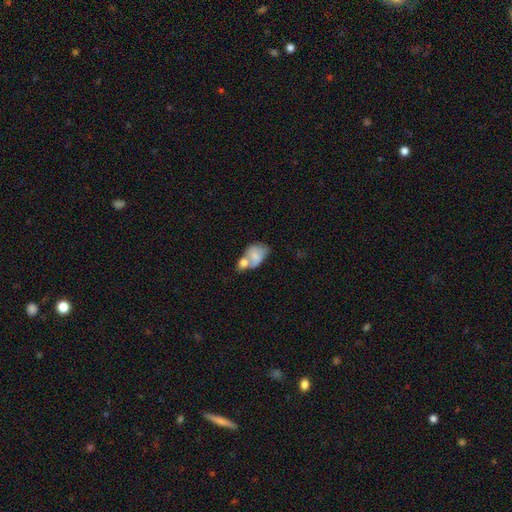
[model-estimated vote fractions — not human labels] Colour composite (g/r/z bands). It shows a smooth galaxy with no disk features (66%) that is in between round and cigar-shaped (83%). Merging: merger (58%).